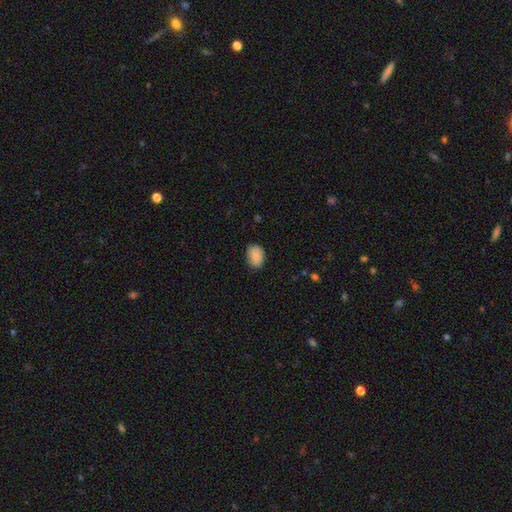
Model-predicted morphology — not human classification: smooth-or-featured: smooth: 84% | featured or disk: 9% | star or artifact: 7%
  how-rounded: in between: 67% | round: 32% | cigar-shaped: 1%
  merging: none: 79% | minor disturbance: 17% | major disturbance: 3% | merger: 1%